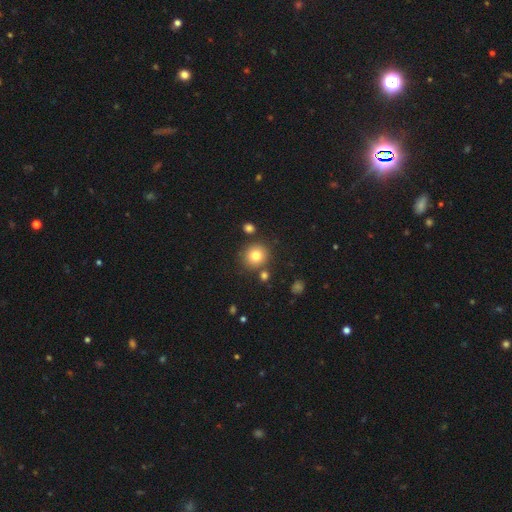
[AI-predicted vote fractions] A smooth galaxy with no disk features (80%) that is round (88%).

Vote fractions:
- Smooth or featured? smooth: 80% / star or artifact: 11% / featured or disk: 8%
- How rounded? round: 88% / in between: 11% / cigar-shaped: 1%
- Merging? none: 82% / minor disturbance: 8% / merger: 7% / major disturbance: 3%